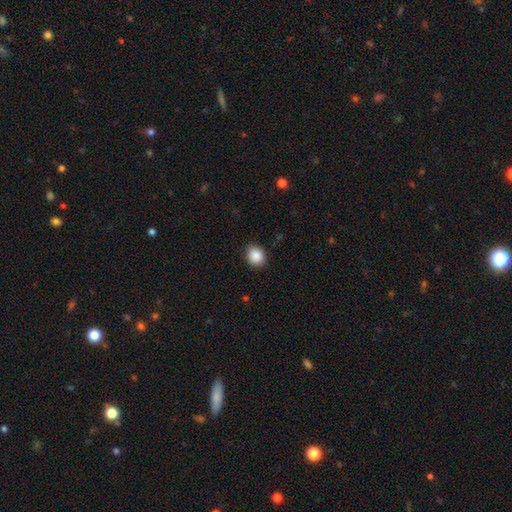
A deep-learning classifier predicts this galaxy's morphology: This is clearly a smooth galaxy (89%). How rounded: likely round (66%). Merging: clearly none (86%).